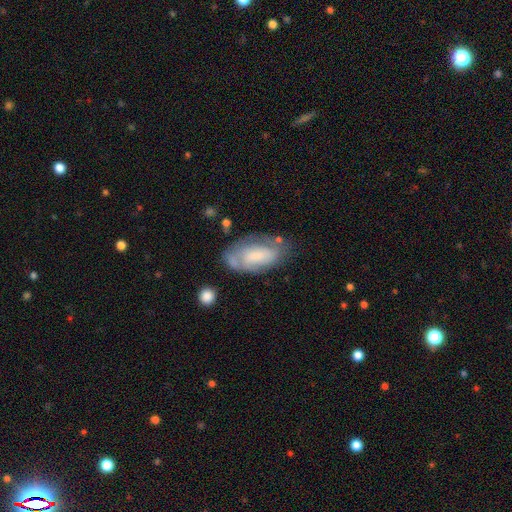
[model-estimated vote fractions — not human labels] Smooth or featured? Predicted: smooth (p=0.47). Merging? Predicted: none (p=0.56).